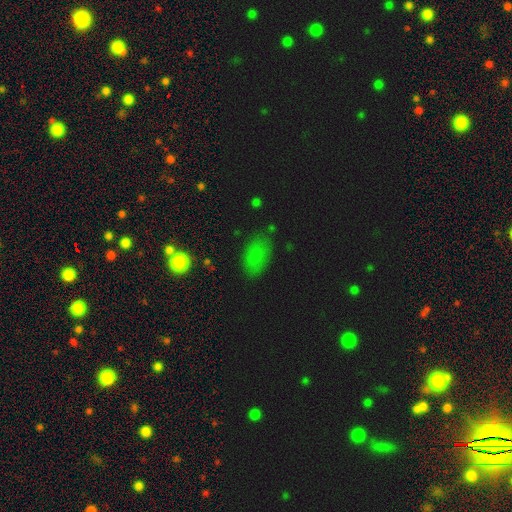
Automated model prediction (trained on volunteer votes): smooth-or-featured: smooth: 70% | star or artifact: 20% | featured or disk: 10%
  how-rounded: in between: 87% | round: 10% | cigar-shaped: 3%
  merging: none: 74% | minor disturbance: 17% | major disturbance: 6% | merger: 2%